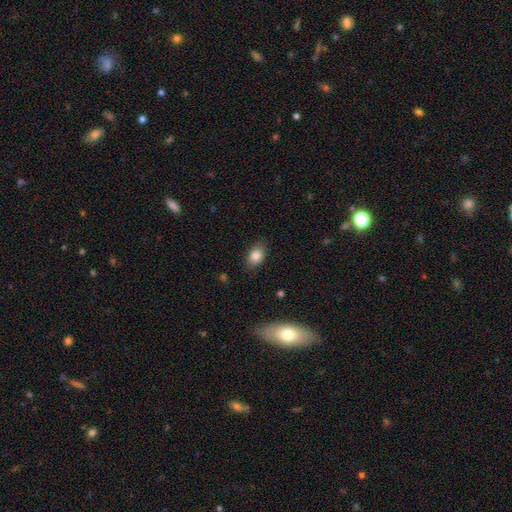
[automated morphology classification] Smooth or featured: smooth — 84% (star or artifact — 8%)
How rounded: in between — 83% (round — 16%)
Merging: none — 83% (minor disturbance — 13%)